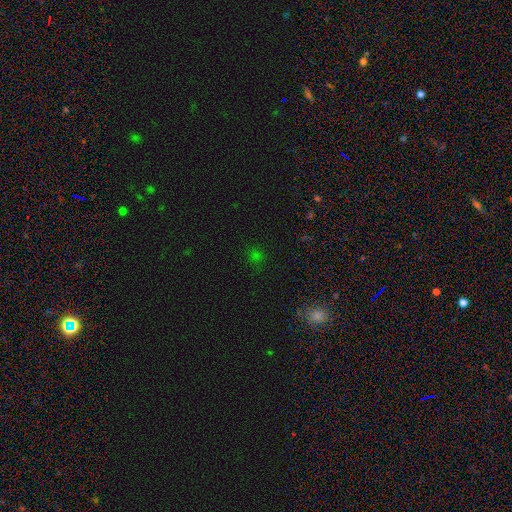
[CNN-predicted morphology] This is possibly a star or artifact rather than a galaxy (48%).